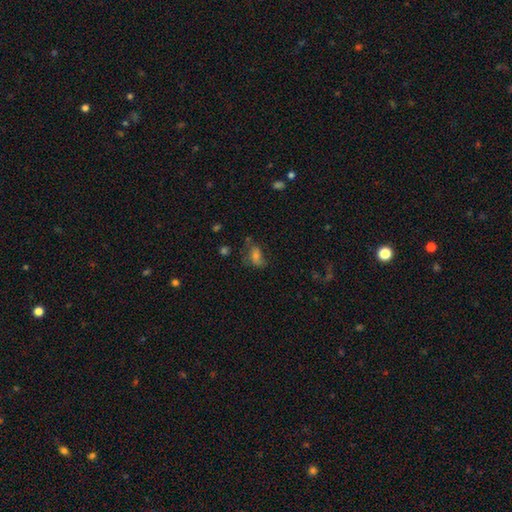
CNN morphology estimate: Overall: smooth (47%; featured or disk 29%). Merging: none (51%; minor disturbance 24%).